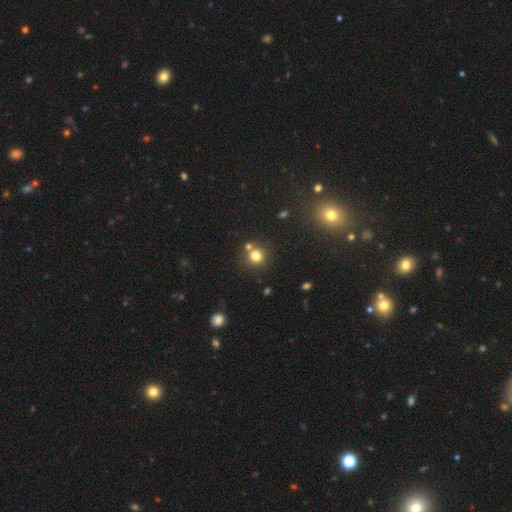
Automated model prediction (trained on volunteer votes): Smooth or featured: smooth — 76% (star or artifact — 16%)
How rounded: round — 91% (in between — 9%)
Merging: none — 71% (merger — 17%)